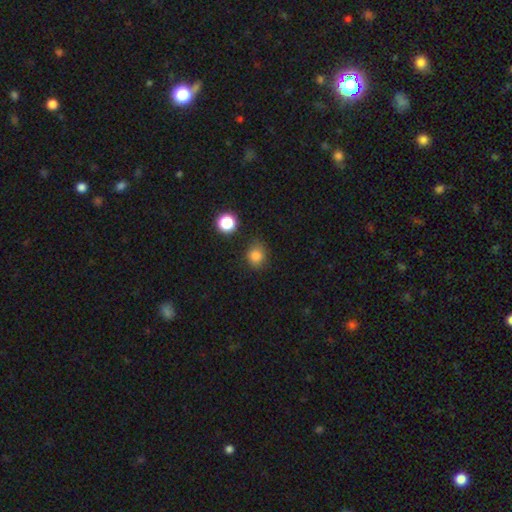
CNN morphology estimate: The model was most divided on "how rounded": round: 72%, in between: 27%, cigar-shaped: 1%. More confident: smooth or featured — smooth (83%); merging — none (75%).